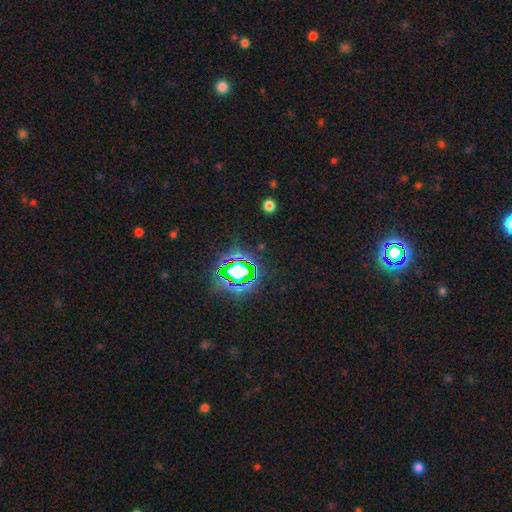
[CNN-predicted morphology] A star or artifact, not a galaxy (80%).